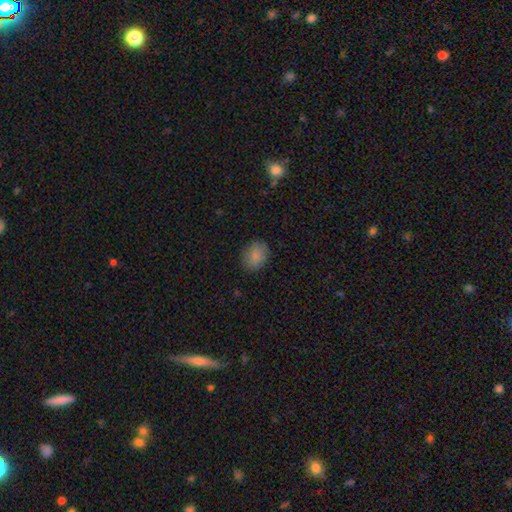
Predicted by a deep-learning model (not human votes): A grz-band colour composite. It shows a smooth galaxy with no disk features (85%) that is round (52%). Merging: none (83%).